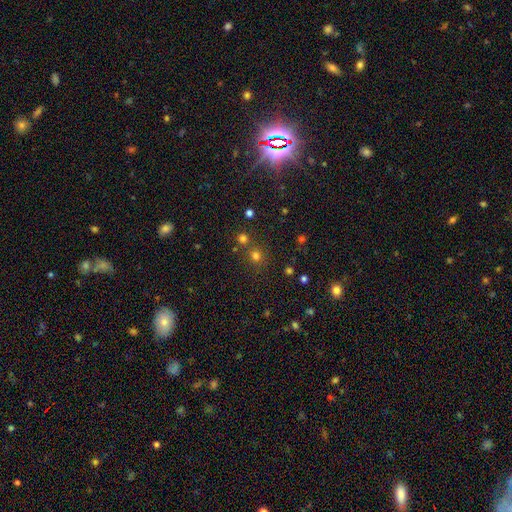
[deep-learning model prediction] Smooth or featured? smooth (63%)
How rounded? round (90%)
Merging? none (76%)